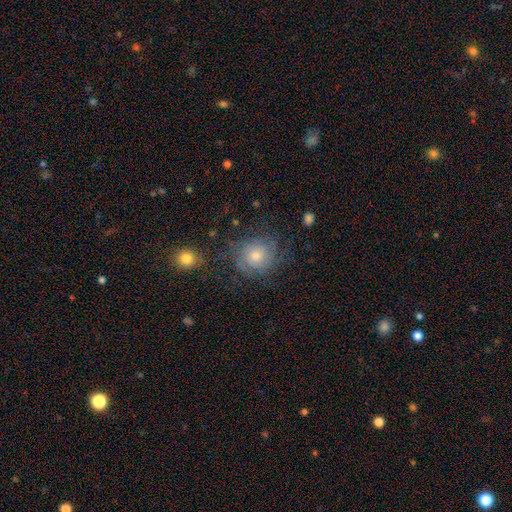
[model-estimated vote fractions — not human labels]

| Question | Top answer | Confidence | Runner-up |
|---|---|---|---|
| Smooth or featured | featured or disk | 49% | smooth (37%) |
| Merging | none | 70% | minor disturbance (18%) |